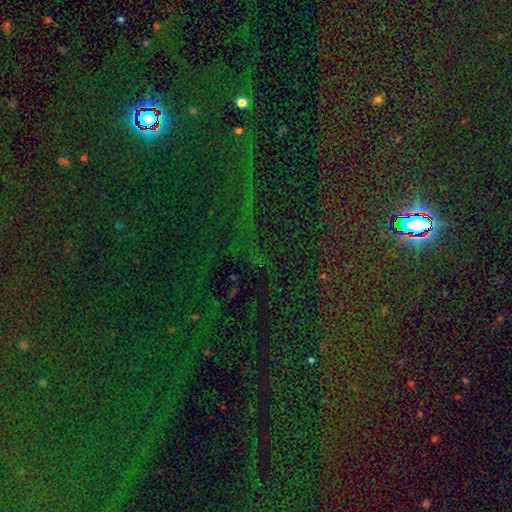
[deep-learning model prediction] Q: Smooth or featured?
A: star or artifact (82%); runner-up: smooth (10%)